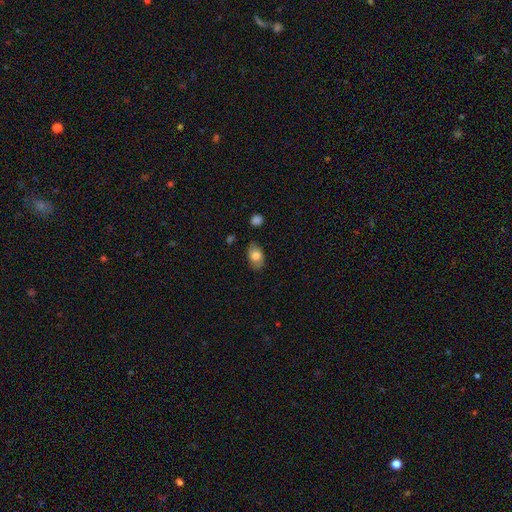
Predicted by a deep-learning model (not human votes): smooth-or-featured: smooth: 76% | featured or disk: 17% | star or artifact: 7%
  how-rounded: in between: 89% | round: 10% | cigar-shaped: 2%
  merging: none: 80% | minor disturbance: 15% | major disturbance: 3% | merger: 2%